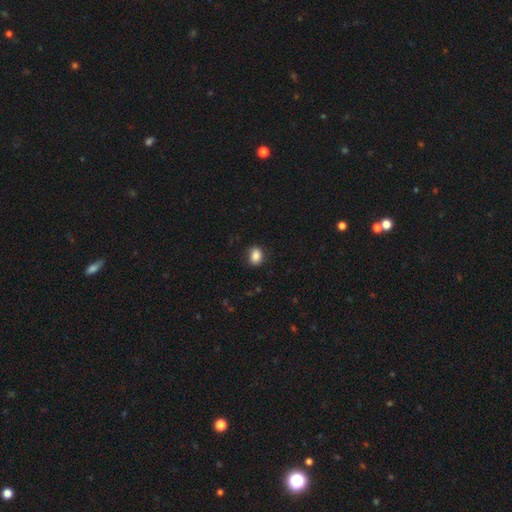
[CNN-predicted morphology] Smooth or featured: smooth — 86% (star or artifact — 9%)
How rounded: in between — 60% (round — 39%)
Merging: none — 84% (minor disturbance — 12%)